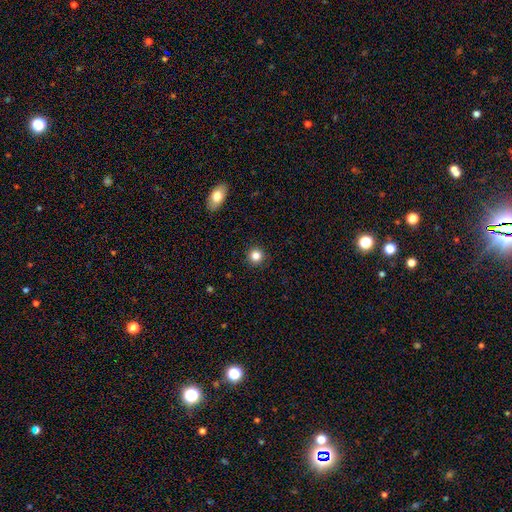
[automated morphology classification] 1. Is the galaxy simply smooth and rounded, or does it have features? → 83% smooth, 12% star or artifact, 5% featured or disk.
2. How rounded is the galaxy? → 94% round, 5% in between, 1% cigar-shaped.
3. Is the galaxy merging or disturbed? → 92% none, 5% minor disturbance, 2% major disturbance, 1% merger.